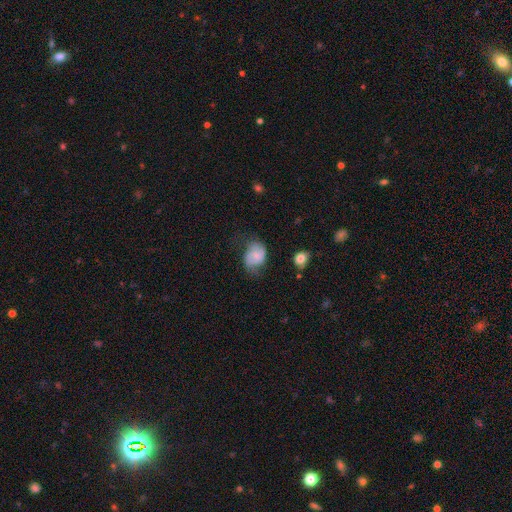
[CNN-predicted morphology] A smooth galaxy with no disk features (50%). Merging: none (46%).